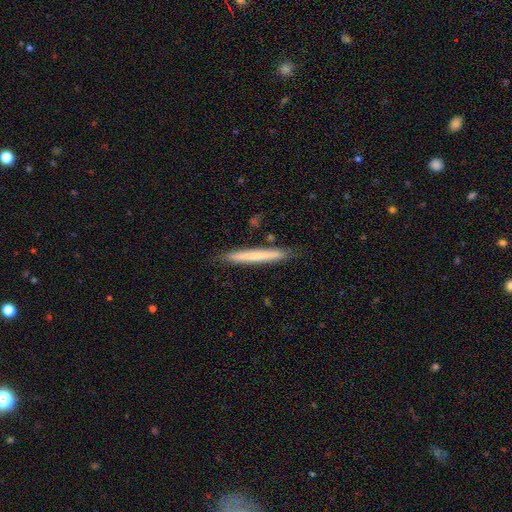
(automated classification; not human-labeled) Smooth or featured? smooth (62%)
How rounded? cigar-shaped (97%)
Merging? none (87%)